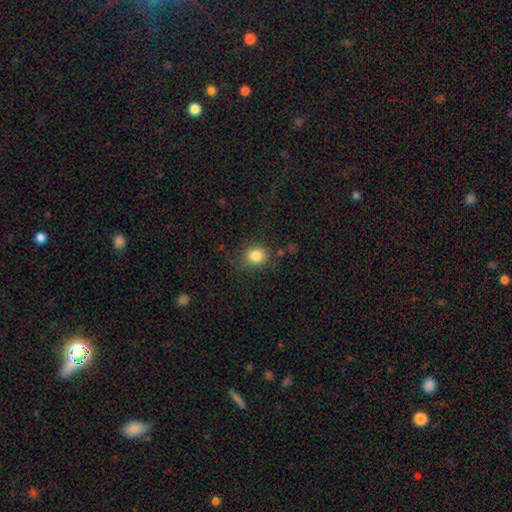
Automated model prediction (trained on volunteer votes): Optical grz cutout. It shows a smooth galaxy with no disk features (83%) that is round (75%). Merging: none (79%).